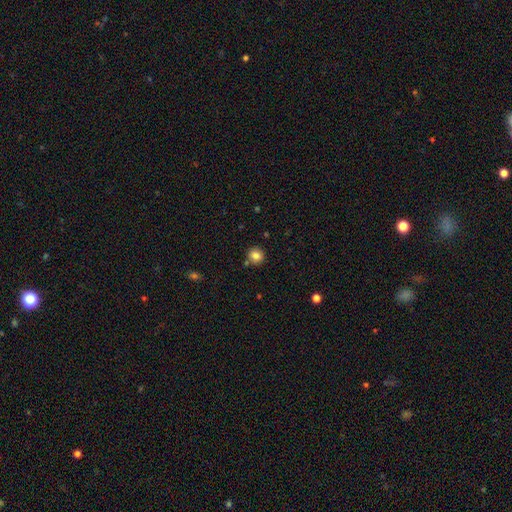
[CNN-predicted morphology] A smooth galaxy with no disk features (82%) that is round (90%). Merging: none (82%).